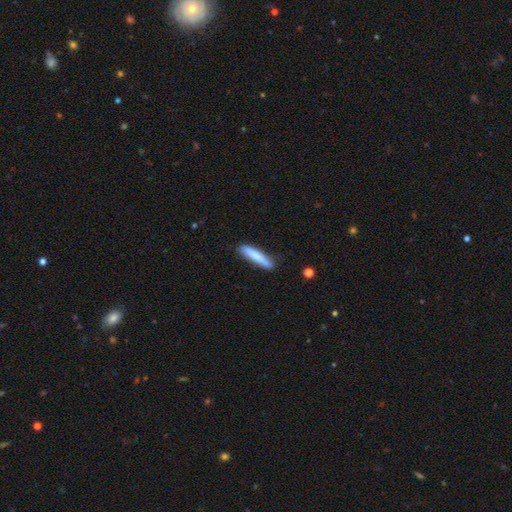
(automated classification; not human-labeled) smooth 75%, featured or disk 20%, star or artifact 5%. Down the decision tree: how rounded — cigar-shaped (91%); merging — none (83%).